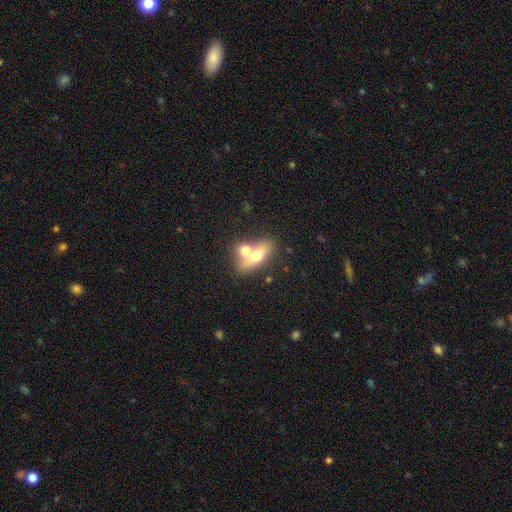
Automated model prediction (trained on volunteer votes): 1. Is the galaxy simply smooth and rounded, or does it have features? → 61% smooth, 32% featured or disk, 7% star or artifact.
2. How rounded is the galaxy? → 69% in between, 16% cigar-shaped, 16% round.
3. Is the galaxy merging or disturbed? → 61% merger, 27% none, 8% minor disturbance, 4% major disturbance.